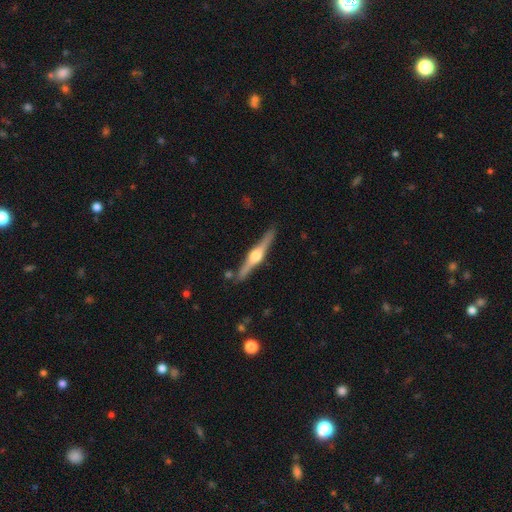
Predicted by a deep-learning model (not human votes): A featured or disk galaxy (81%) viewed edge-on (98%) with a rounded central bulge (95%).

Vote fractions:
- Smooth or featured? featured or disk: 81% / smooth: 14% / star or artifact: 5%
- Edge-on disk? yes: 98% / no: 2%
- Edge-on bulge? rounded: 95% / boxy: 4% / none: 2%
- Merging? none: 87% / minor disturbance: 8% / merger: 3% / major disturbance: 2%